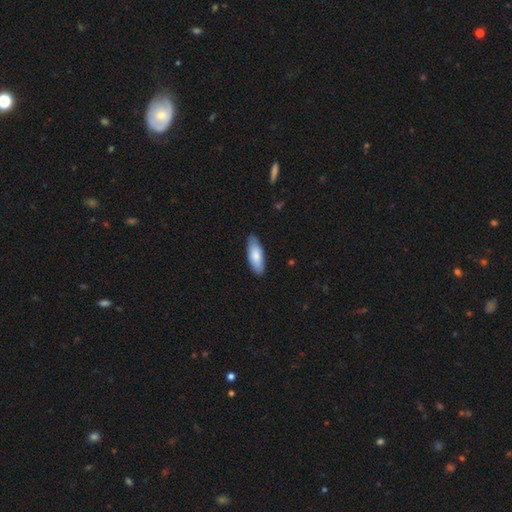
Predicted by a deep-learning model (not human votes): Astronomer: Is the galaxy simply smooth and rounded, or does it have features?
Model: smooth — 81%.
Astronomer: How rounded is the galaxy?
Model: in between — 70%.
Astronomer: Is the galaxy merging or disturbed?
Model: none — 85%.